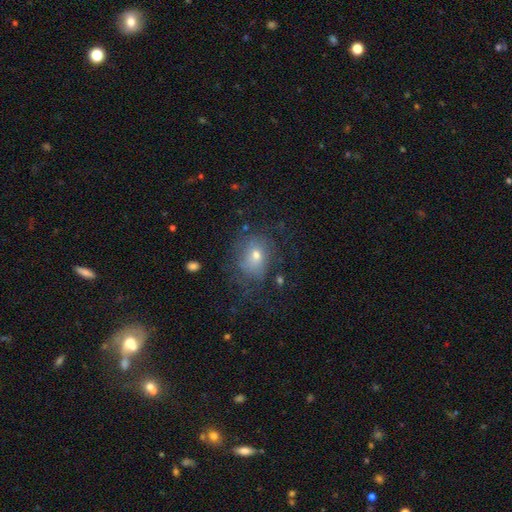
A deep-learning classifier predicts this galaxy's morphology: Smooth or featured? smooth (51%)
How rounded? round (64%)
Merging? none (61%)